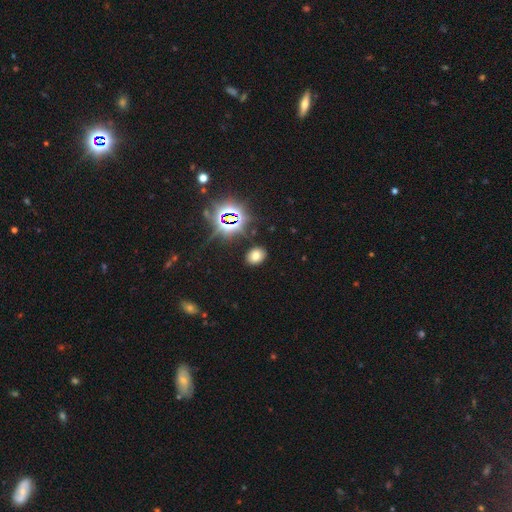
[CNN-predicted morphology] smooth 66%, star or artifact 25%, featured or disk 9%. Down the decision tree: how rounded — in between (65%); merging — none (87%).